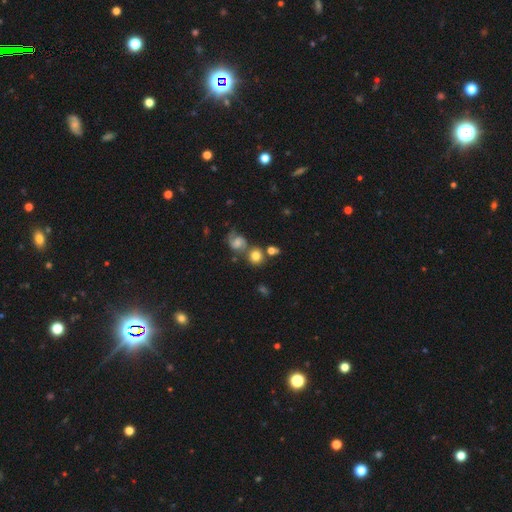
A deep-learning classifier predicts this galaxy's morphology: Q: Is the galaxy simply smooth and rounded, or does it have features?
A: smooth — 69%.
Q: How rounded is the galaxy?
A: round — 83%.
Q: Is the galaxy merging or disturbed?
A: none — 56%.